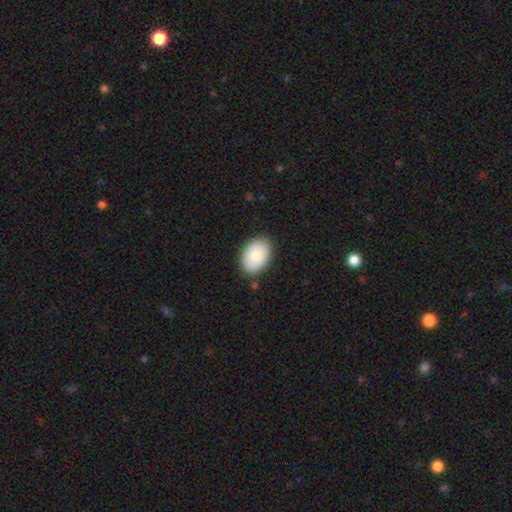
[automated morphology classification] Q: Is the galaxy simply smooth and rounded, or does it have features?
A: smooth — 80%.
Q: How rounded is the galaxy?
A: in between — 85%.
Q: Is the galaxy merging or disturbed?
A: none — 84%.